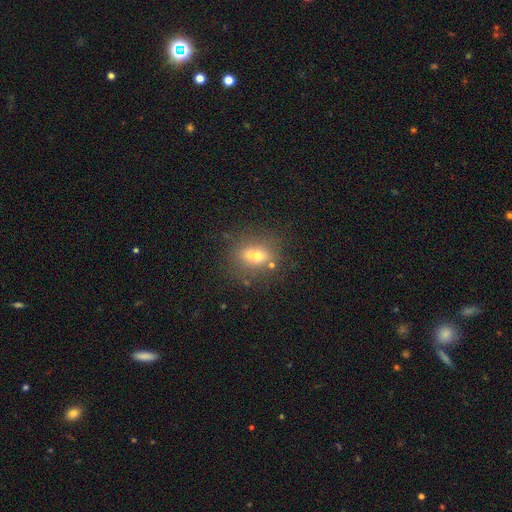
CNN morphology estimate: Q: Smooth or featured?
A: smooth (59%); runner-up: featured or disk (27%)
Q: How rounded?
A: in between (56%); runner-up: round (34%)
Q: Merging?
A: none (78%); runner-up: minor disturbance (12%)